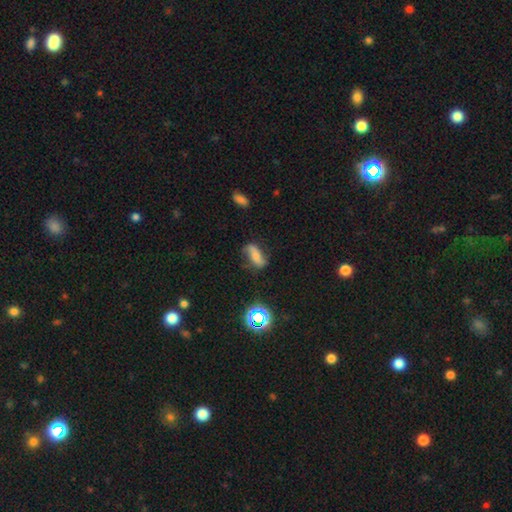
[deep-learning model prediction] This is possibly a featured or disk galaxy (49%). Merging: likely none (67%).